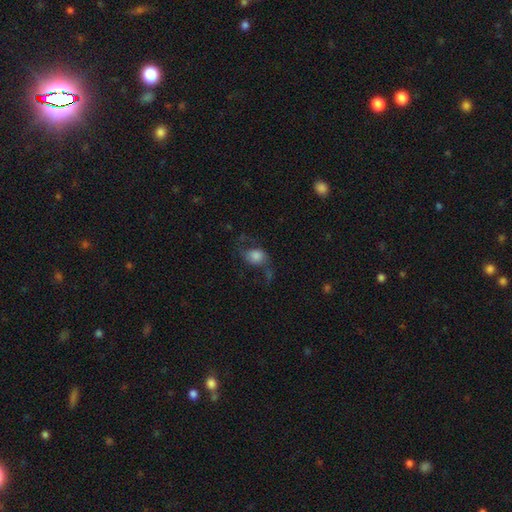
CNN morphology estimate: This is possibly a smooth galaxy (46%). Merging: possibly none (45%).